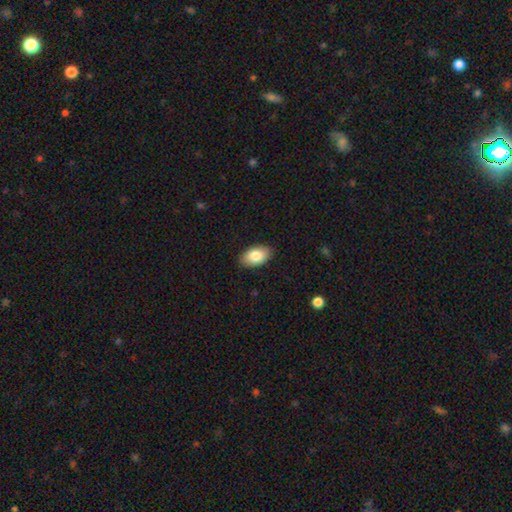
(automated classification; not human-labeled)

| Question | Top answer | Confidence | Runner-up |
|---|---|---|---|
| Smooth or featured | smooth | 83% | featured or disk (10%) |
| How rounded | in between | 94% | round (5%) |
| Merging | none | 89% | minor disturbance (8%) |